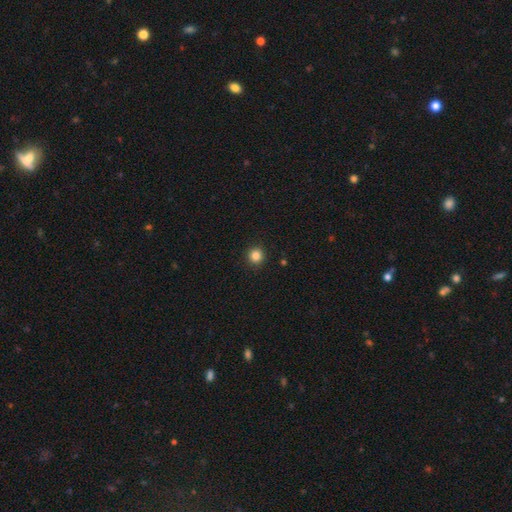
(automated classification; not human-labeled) The model was most divided on "smooth or featured": smooth: 84%, star or artifact: 12%, featured or disk: 4%. More confident: how rounded — round (94%); merging — none (93%).